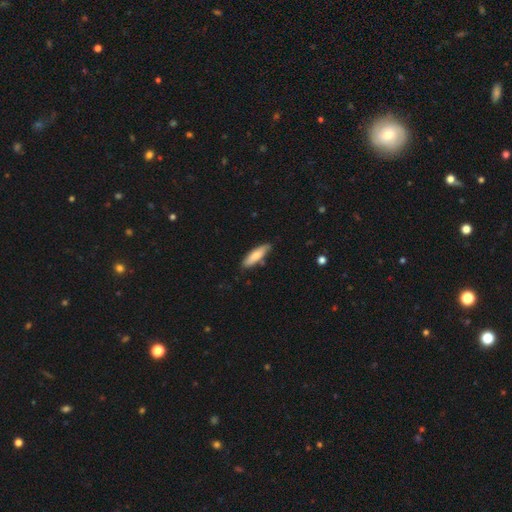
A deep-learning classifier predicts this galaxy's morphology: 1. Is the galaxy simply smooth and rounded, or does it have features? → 69% smooth, 26% featured or disk, 6% star or artifact.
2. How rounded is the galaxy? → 62% cigar-shaped, 36% in between, 2% round.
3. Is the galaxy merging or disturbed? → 81% none, 14% minor disturbance, 3% merger, 2% major disturbance.